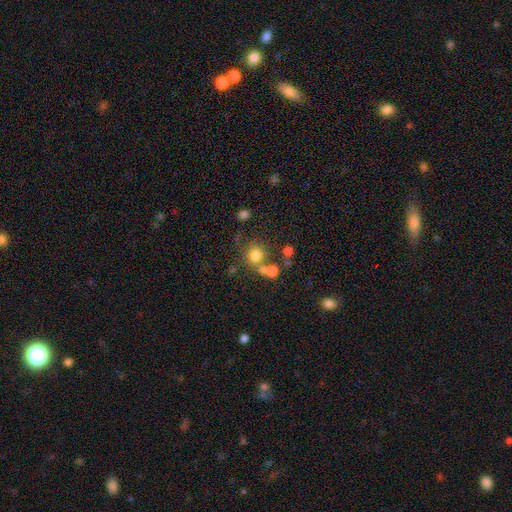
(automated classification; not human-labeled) The model was most divided on "merging": none: 54%, merger: 30%, minor disturbance: 10%, major disturbance: 6%. More confident: how rounded — round (86%); smooth or featured — smooth (73%).